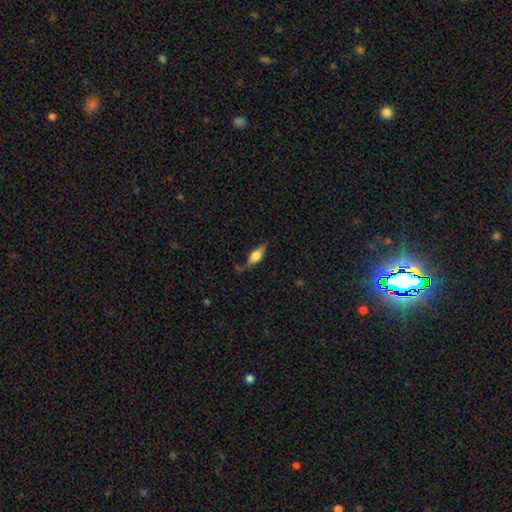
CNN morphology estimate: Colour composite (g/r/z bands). It shows a smooth galaxy with no disk features (51%) that is in between round and cigar-shaped (65%). Merging: none (63%).